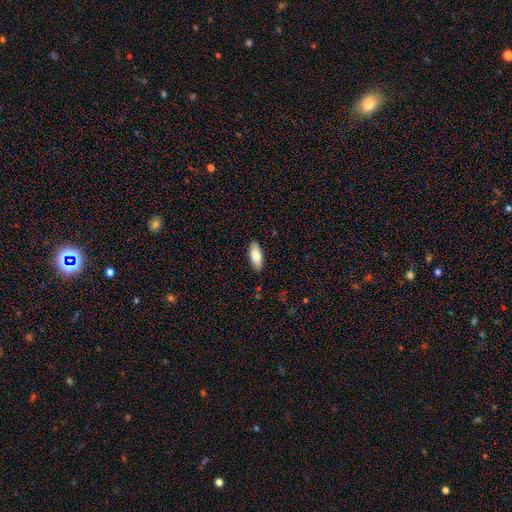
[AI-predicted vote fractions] smooth-or-featured: smooth: 79% | featured or disk: 15% | star or artifact: 6%
  how-rounded: in between: 81% | cigar-shaped: 17% | round: 2%
  merging: none: 88% | minor disturbance: 9% | major disturbance: 2% | merger: 1%